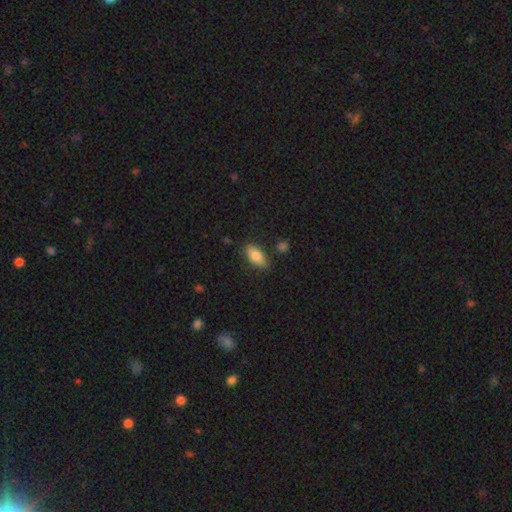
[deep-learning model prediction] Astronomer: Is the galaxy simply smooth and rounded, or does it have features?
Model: smooth — 79%.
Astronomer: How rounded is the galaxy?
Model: in between — 86%.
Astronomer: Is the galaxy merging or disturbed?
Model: none — 80%.